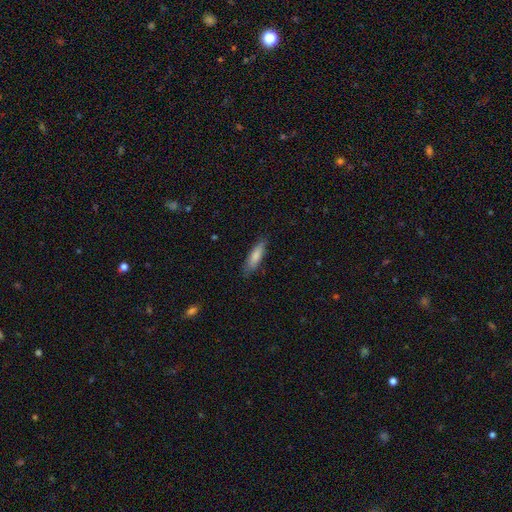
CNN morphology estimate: smooth_or_featured: smooth (p=0.80) [alt: featured or disk p=0.14]
how_rounded: cigar-shaped (p=0.62) [alt: in between p=0.36]
merging: none (p=0.82) [alt: minor disturbance p=0.14]